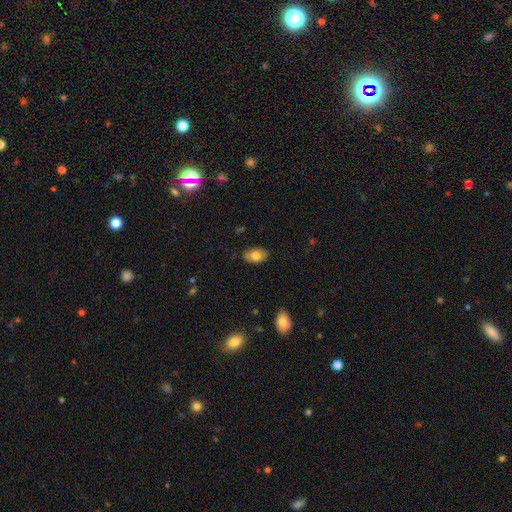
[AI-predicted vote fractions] Morphology: type=smooth (77%); roundness=in between (92%); merging=none (84%).